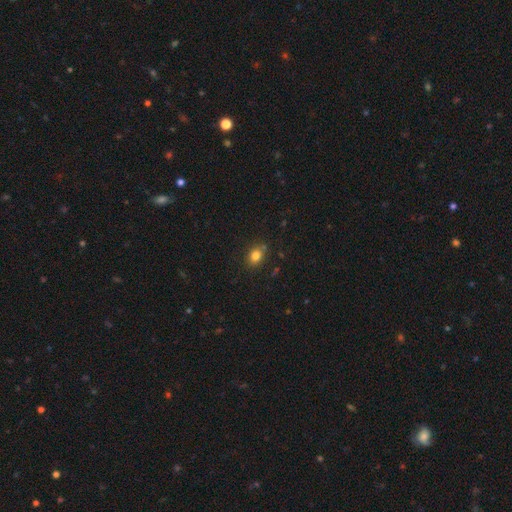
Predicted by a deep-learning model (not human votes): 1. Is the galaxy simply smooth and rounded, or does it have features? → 81% smooth, 12% star or artifact, 7% featured or disk.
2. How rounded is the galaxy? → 56% in between, 43% round, 1% cigar-shaped.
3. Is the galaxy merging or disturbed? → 80% none, 13% minor disturbance, 4% merger, 3% major disturbance.